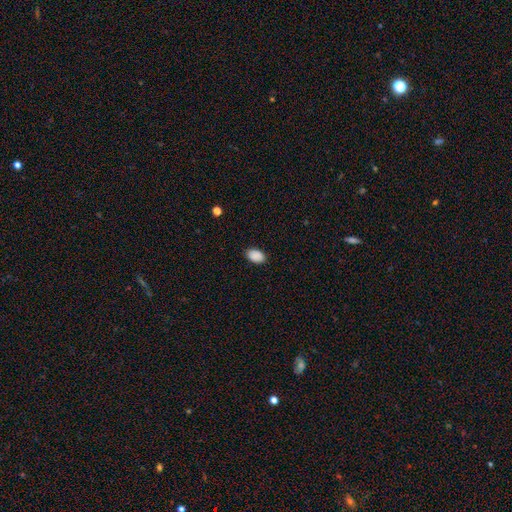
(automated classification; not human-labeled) Smooth or featured: smooth — 90% (star or artifact — 8%)
How rounded: in between — 91% (round — 8%)
Merging: none — 87% (minor disturbance — 10%)